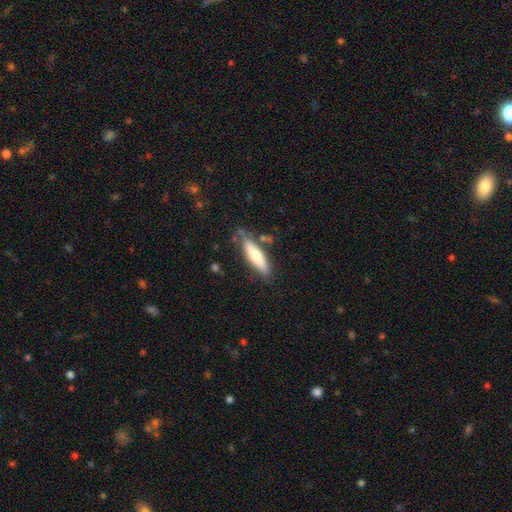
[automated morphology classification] type=smooth (69%); roundness=cigar-shaped (68%); merging=none (76%).